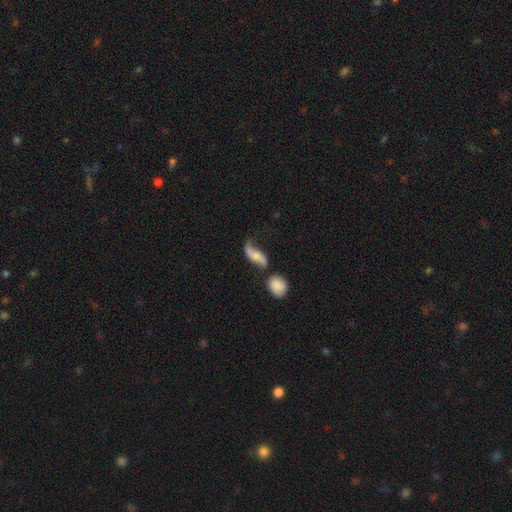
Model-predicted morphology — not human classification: Q: Smooth or featured?
A: featured or disk (58%); runner-up: smooth (34%)
Q: Edge-on disk?
A: no (90%); runner-up: yes (10%)
Q: Bar?
A: no (58%); runner-up: weak (29%)
Q: Spiral arms?
A: yes (87%); runner-up: no (13%)
Q: Bulge size?
A: small (38%); runner-up: moderate (32%)
Q: Merging?
A: none (37%); runner-up: minor disturbance (22%)